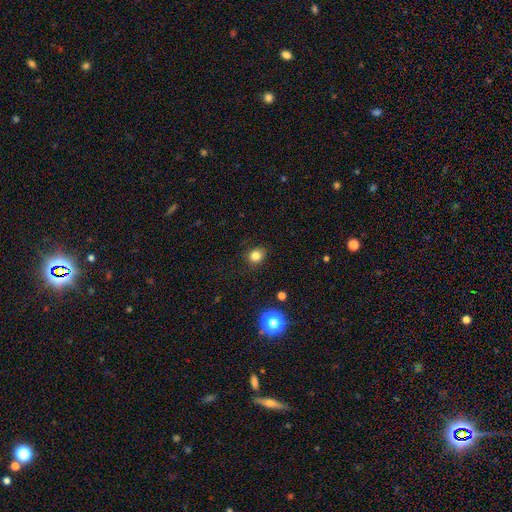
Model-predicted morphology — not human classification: Smooth or featured? Predicted: smooth (p=0.82). How rounded? Predicted: round (p=0.76). Merging? Predicted: none (p=0.87).